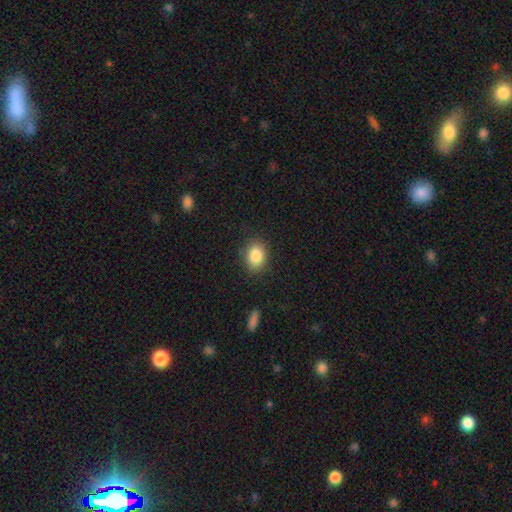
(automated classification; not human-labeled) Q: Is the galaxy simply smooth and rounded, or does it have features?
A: smooth — 85%.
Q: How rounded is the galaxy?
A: in between — 58%.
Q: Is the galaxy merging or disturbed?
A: none — 85%.